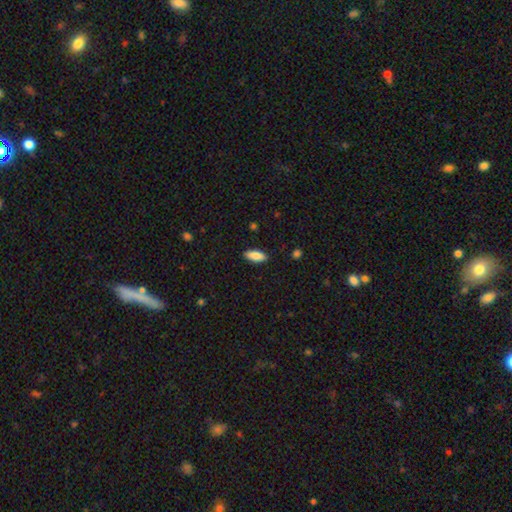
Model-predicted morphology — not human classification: smooth_or_featured: smooth (p=0.87) [alt: featured or disk p=0.07]
how_rounded: in between (p=0.82) [alt: cigar-shaped p=0.16]
merging: none (p=0.88) [alt: minor disturbance p=0.09]